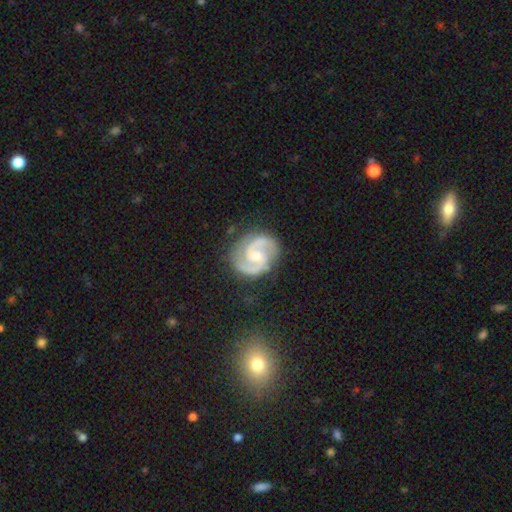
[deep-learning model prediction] featured or disk 92%, smooth 4%, star or artifact 4%. Down the decision tree: edge-on disk — no (98%); bar — weak (46%); spiral arms — yes (98%); spiral arm count — 2 (94%); spiral winding — medium (60%); bulge size — moderate (53%); merging — none (83%).